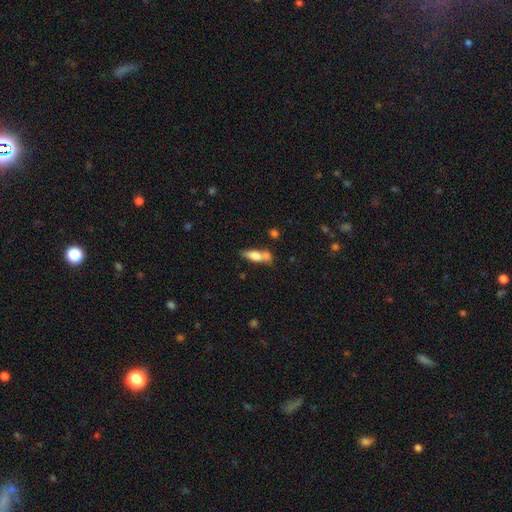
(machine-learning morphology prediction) smooth 69%, featured or disk 24%, star or artifact 8%. Down the decision tree: how rounded — in between (56%); merging — none (48%).